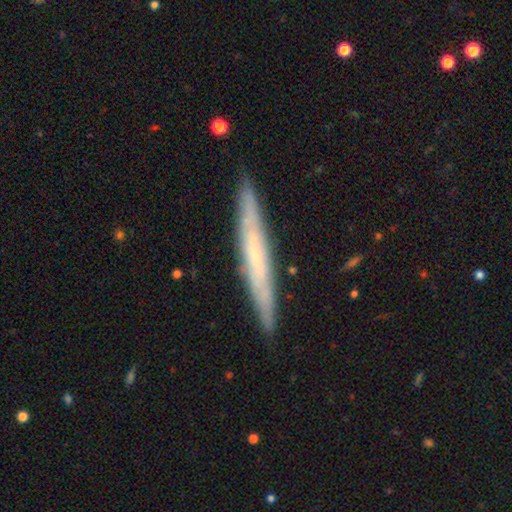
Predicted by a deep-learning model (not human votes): A featured or disk galaxy (59%) viewed edge-on (90%) with no central bulge (72%).

Vote fractions:
- Smooth or featured? featured or disk: 59% / smooth: 34% / star or artifact: 7%
- Edge-on disk? yes: 90% / no: 10%
- Edge-on bulge? none: 72% / rounded: 21% / boxy: 6%
- Merging? none: 89% / minor disturbance: 8% / major disturbance: 1% / merger: 1%